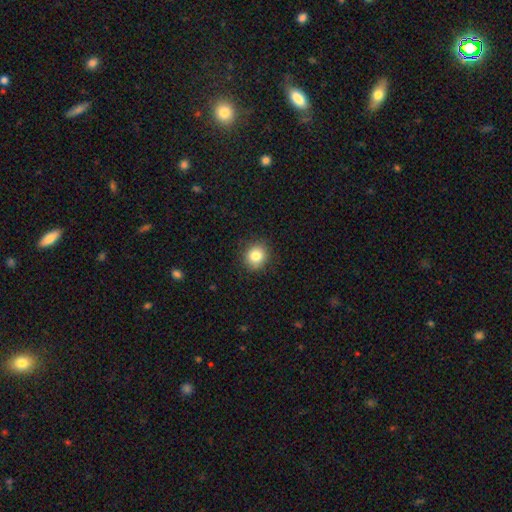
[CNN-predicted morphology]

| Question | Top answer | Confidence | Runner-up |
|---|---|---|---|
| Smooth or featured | smooth | 82% | star or artifact (11%) |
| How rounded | round | 84% | in between (15%) |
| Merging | none | 88% | minor disturbance (8%) |